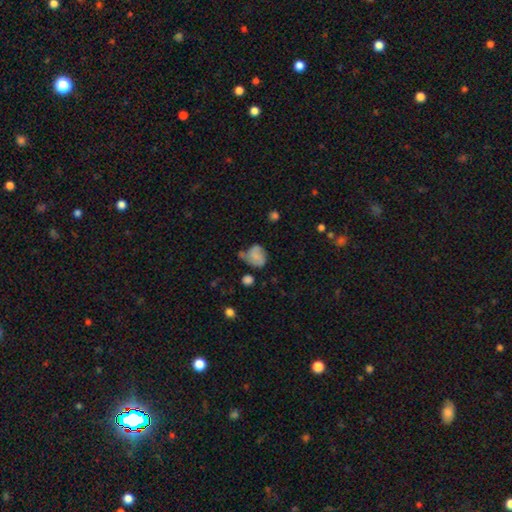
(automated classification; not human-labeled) Smooth or featured? smooth (53%)
How rounded? round (51%)
Merging? none (37%)